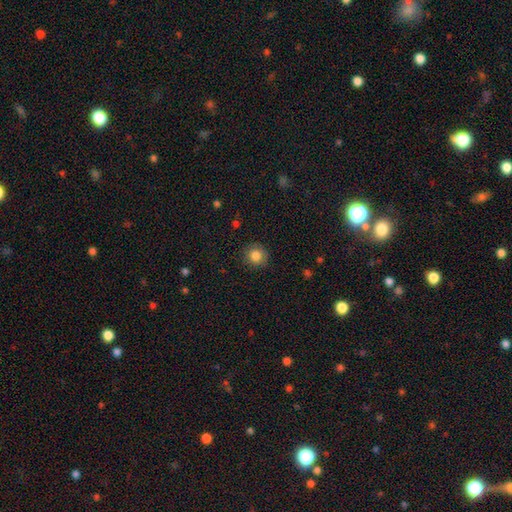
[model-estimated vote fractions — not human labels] Smooth or featured? smooth (84%)
How rounded? round (92%)
Merging? none (88%)